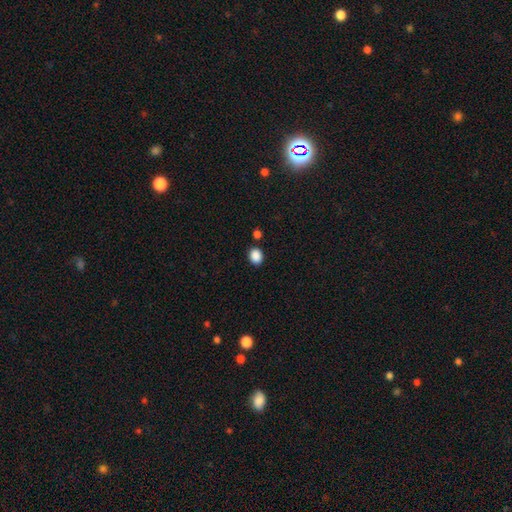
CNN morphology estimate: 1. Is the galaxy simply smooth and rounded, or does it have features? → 88% smooth, 9% star or artifact, 3% featured or disk.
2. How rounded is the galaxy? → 52% in between, 47% round, 1% cigar-shaped.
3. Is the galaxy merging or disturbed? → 84% none, 9% minor disturbance, 5% merger, 3% major disturbance.